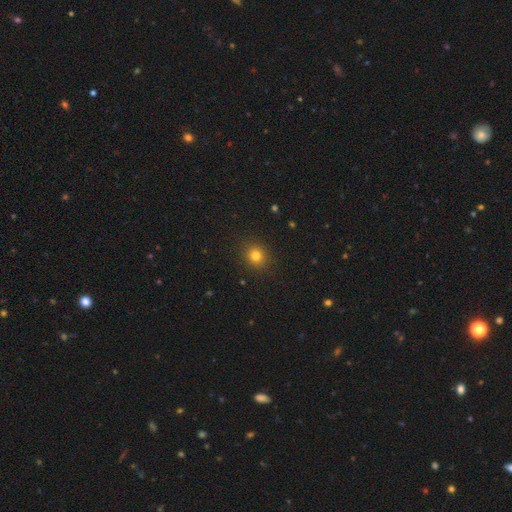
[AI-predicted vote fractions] Smooth or featured? Predicted: smooth (p=0.80). How rounded? Predicted: round (p=0.83). Merging? Predicted: none (p=0.91).